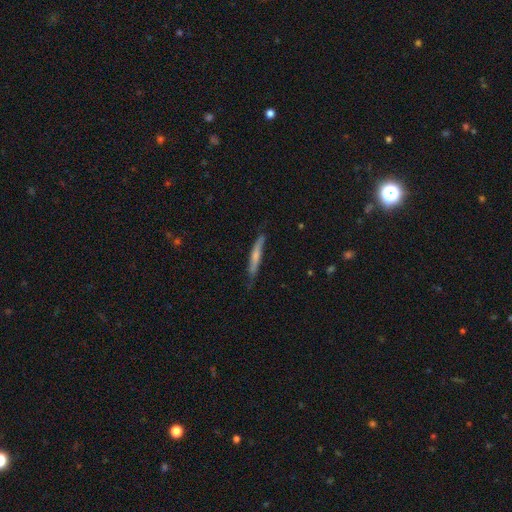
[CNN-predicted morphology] Q: Smooth or featured?
A: smooth (53%); runner-up: featured or disk (41%)
Q: How rounded?
A: cigar-shaped (94%); runner-up: in between (5%)
Q: Merging?
A: none (69%); runner-up: minor disturbance (25%)